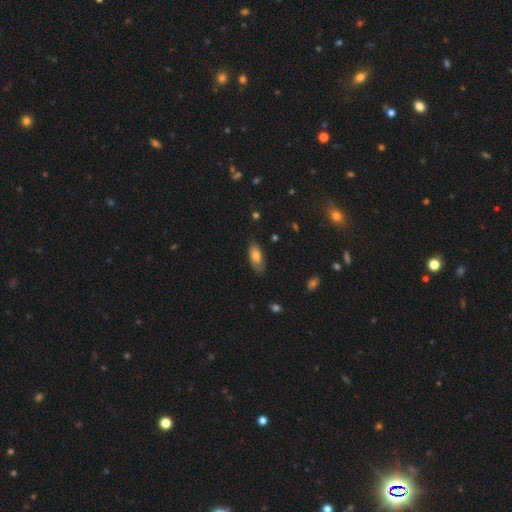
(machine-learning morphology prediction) This is likely a smooth galaxy (71%). How rounded: clearly in between (83%). Merging: likely none (75%).